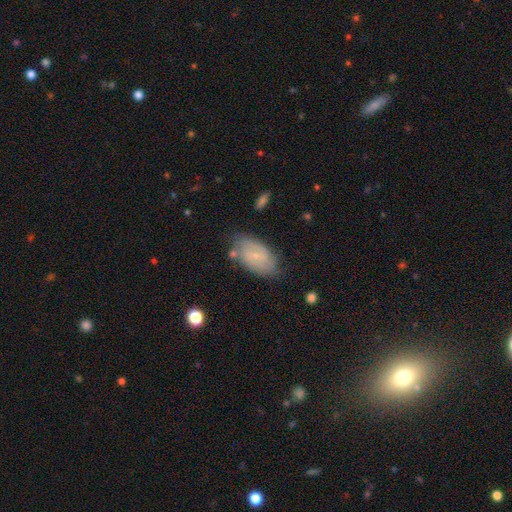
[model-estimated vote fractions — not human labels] A featured or disk galaxy (54%) with a weak bar (46%), spiral arms (80%) and a small central bulge (76%). Merging: none (69%).